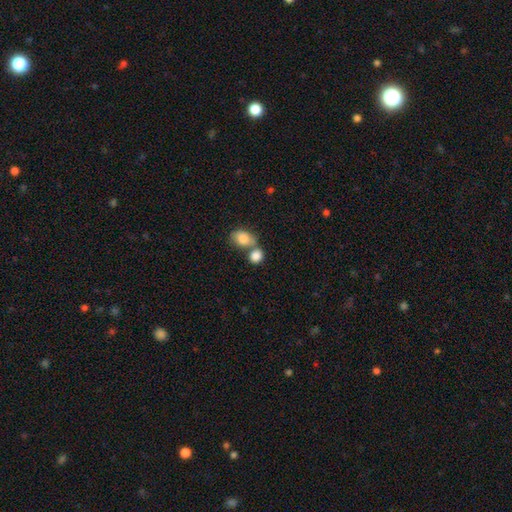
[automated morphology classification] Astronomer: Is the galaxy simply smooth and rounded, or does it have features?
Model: smooth — 85%.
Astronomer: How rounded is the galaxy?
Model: round — 53% (runner-up: in between, 46%).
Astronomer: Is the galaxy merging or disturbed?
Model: merger — 48% (runner-up: none, 39%).